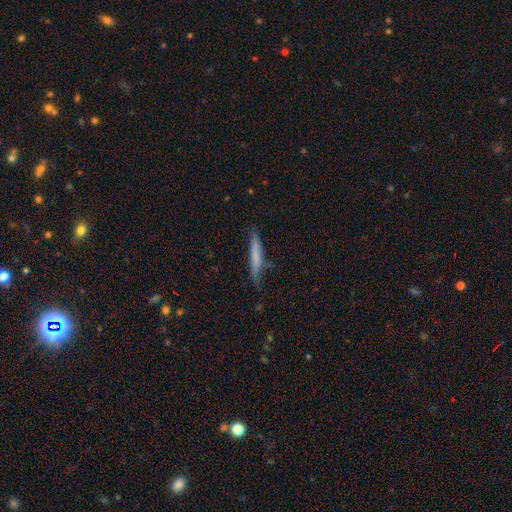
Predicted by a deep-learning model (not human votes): Morphology: type=smooth (67%); roundness=cigar-shaped (95%); merging=none (75%).